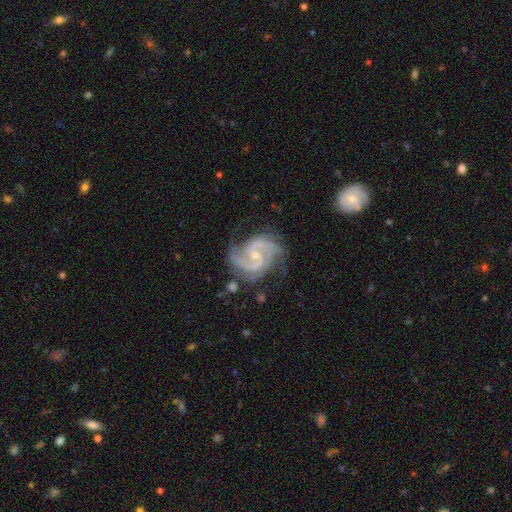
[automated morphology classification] featured or disk 93%, star or artifact 4%, smooth 3%. Down the decision tree: edge-on disk — no (98%); bar — no (46%); spiral arms — yes (99%); spiral arm count — 2 (57%); spiral winding — medium (56%); bulge size — small (73%); merging — none (71%).